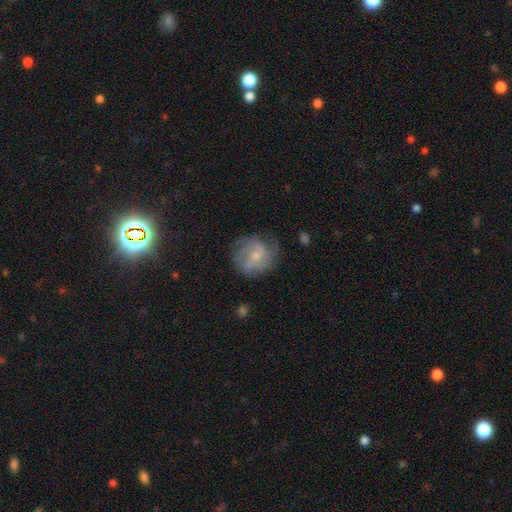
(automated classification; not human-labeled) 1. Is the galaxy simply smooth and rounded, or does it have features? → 61% featured or disk, 31% smooth, 8% star or artifact.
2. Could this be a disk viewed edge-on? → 98% no, 2% yes.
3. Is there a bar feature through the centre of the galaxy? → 59% no, 36% weak, 6% strong.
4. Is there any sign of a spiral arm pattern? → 84% yes, 16% no.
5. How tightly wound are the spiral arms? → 42% medium, 39% tight, 19% loose.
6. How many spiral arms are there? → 36% can't tell, 23% 3, 22% 2, 9% 4, 5% 1, 5% more than 4.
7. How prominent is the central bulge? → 59% small, 33% moderate, 4% none, 2% large, 1% dominant.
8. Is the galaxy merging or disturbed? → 67% none, 21% minor disturbance, 11% major disturbance, 1% merger.